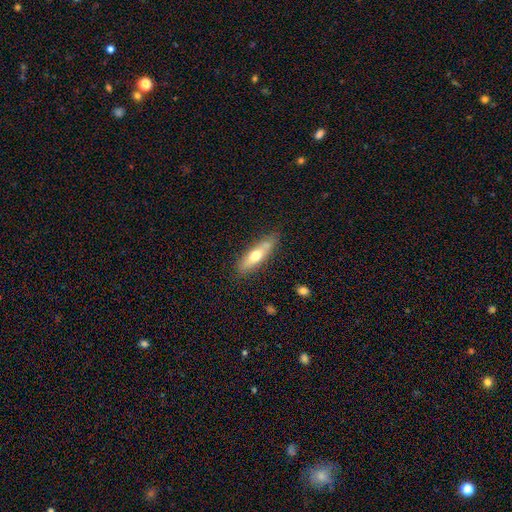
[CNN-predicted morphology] Smooth or featured?
  - smooth: 59% *
  - featured or disk: 35%
  - star or artifact: 6%
How rounded?
  - cigar-shaped: 61% *
  - in between: 37%
  - round: 2%
Merging?
  - none: 77% *
  - minor disturbance: 16%
  - merger: 4%
  - major disturbance: 3%